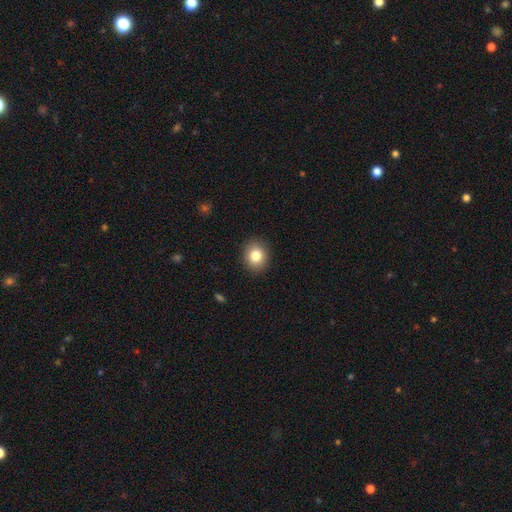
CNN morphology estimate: Q: Smooth or featured?
A: smooth (82%); runner-up: star or artifact (10%)
Q: How rounded?
A: round (67%); runner-up: in between (32%)
Q: Merging?
A: none (90%); runner-up: minor disturbance (7%)